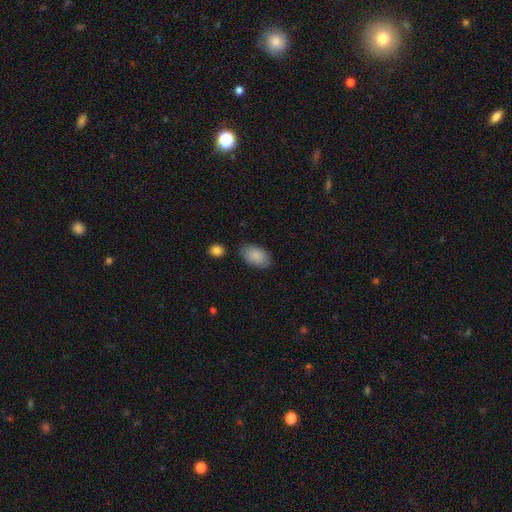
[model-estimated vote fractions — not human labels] The model was most divided on "merging": none: 81%, minor disturbance: 13%, merger: 3%, major disturbance: 3%. More confident: how rounded — in between (94%); smooth or featured — smooth (89%).